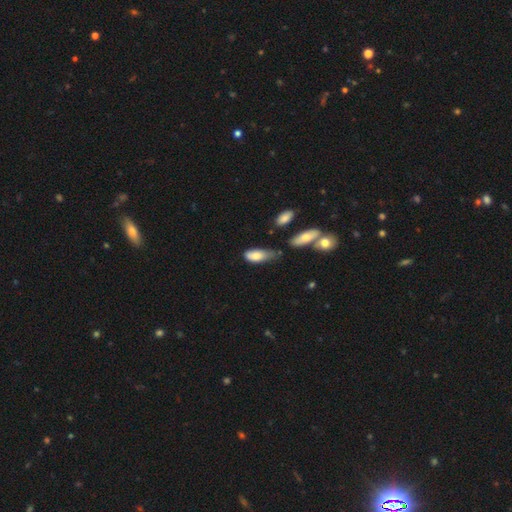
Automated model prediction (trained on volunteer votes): A smooth galaxy with no disk features (77%) that is in between round and cigar-shaped (81%).

Vote fractions:
- Smooth or featured? smooth: 77% / featured or disk: 16% / star or artifact: 7%
- How rounded? in between: 81% / cigar-shaped: 17% / round: 3%
- Merging? minor disturbance: 42% / none: 31% / major disturbance: 18% / merger: 9%